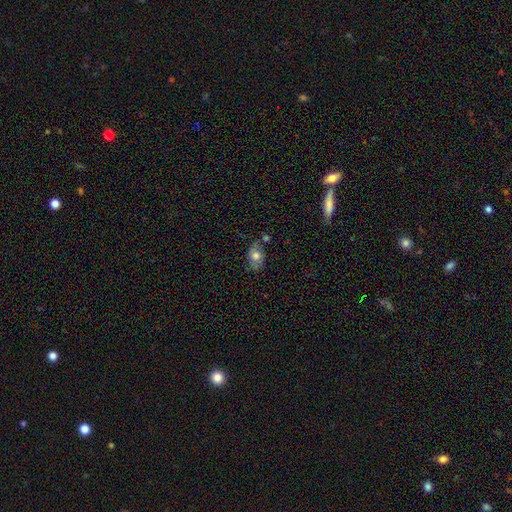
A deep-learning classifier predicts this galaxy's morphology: This is likely a smooth galaxy (71%). How rounded: clearly in between (81%). Merging: possibly none (56%).